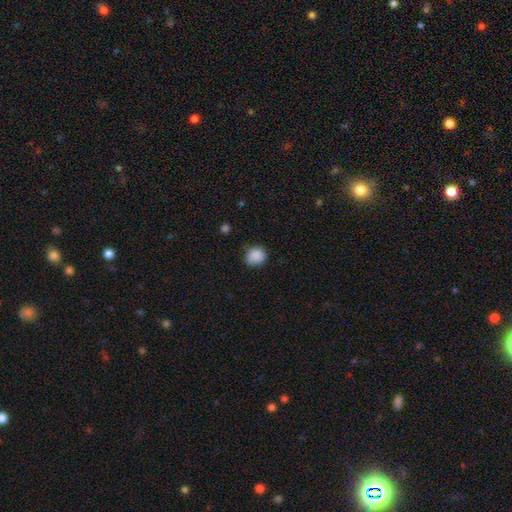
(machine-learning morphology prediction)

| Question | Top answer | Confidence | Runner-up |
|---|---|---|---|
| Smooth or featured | smooth | 88% | star or artifact (8%) |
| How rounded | round | 79% | in between (20%) |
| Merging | none | 75% | minor disturbance (20%) |